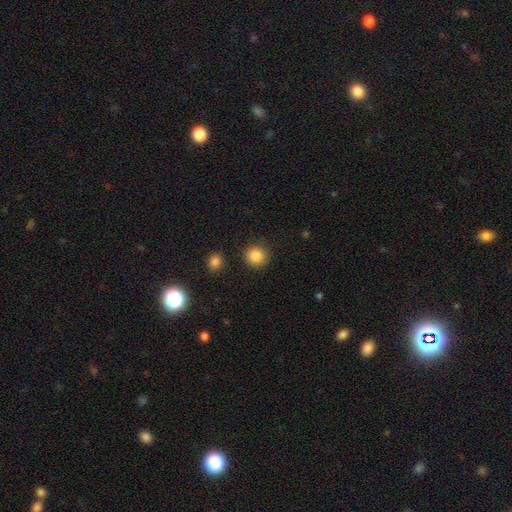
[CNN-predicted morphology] Overall: smooth (87%). How rounded: round (92%). Merging: none (88%).